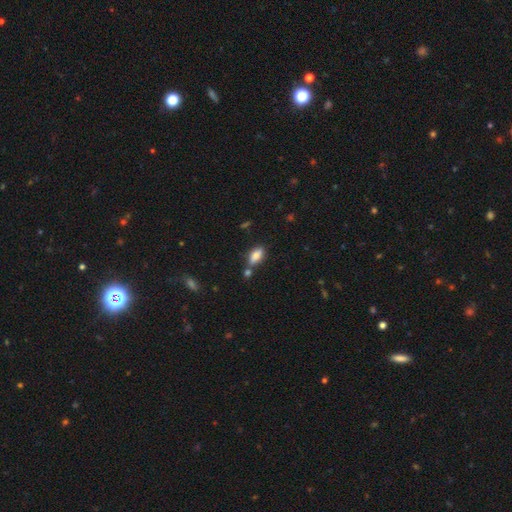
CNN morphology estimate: smooth_or_featured: smooth (p=0.81) [alt: featured or disk p=0.11]
how_rounded: in between (p=0.86) [alt: cigar-shaped p=0.10]
merging: none (p=0.62) [alt: merger p=0.20]